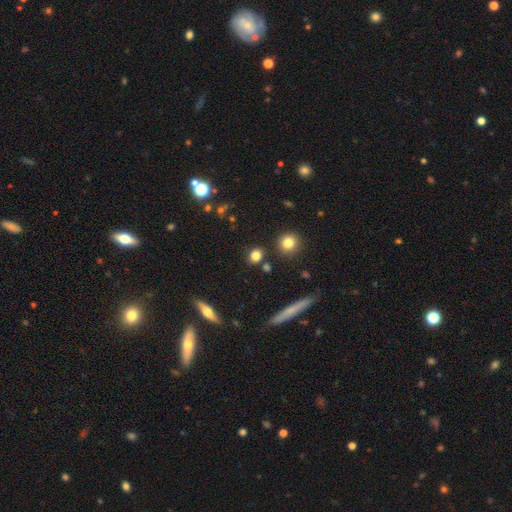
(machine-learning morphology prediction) The model was most divided on "how rounded": round: 70%, in between: 26%, cigar-shaped: 3%. More confident: merging — none (84%); smooth or featured — smooth (80%).